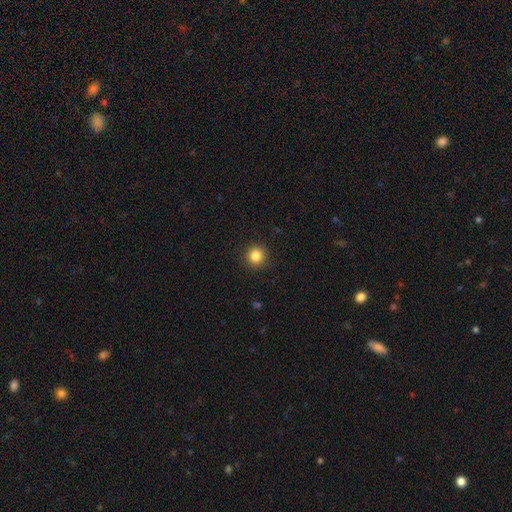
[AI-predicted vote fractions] This is clearly a smooth galaxy (85%). How rounded: clearly round (94%). Merging: clearly none (91%).